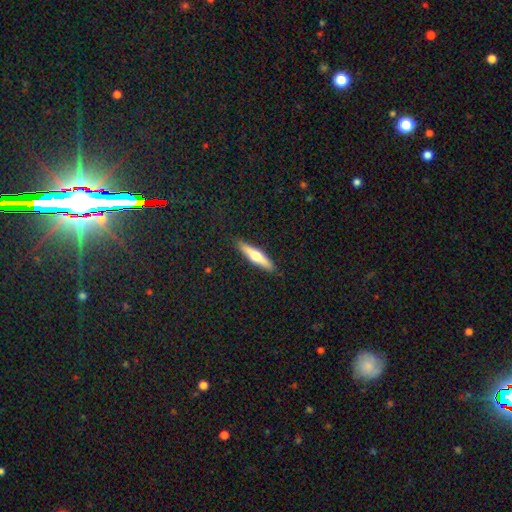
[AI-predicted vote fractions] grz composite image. It shows a featured or disk galaxy (54%) viewed edge-on (94%) with a rounded central bulge (92%). Merging: none (91%).